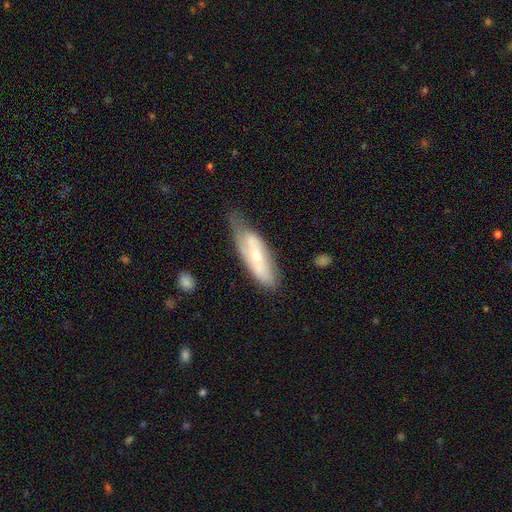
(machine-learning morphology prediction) The model was most divided on "merging": none: 49%, minor disturbance: 35%, major disturbance: 13%, merger: 4%. More confident: edge-on disk — no (76%); smooth or featured — featured or disk (60%).